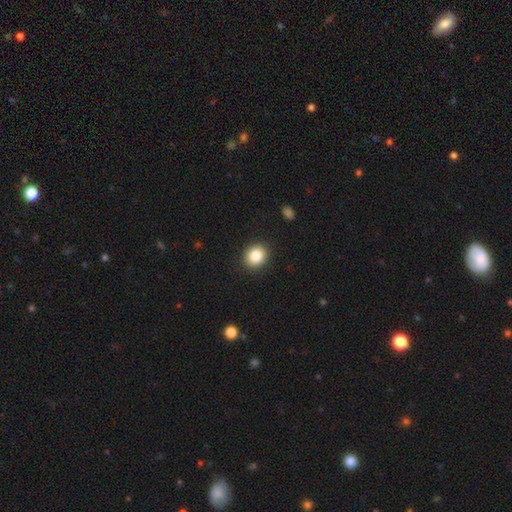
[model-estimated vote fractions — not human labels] This is clearly a smooth galaxy (86%). How rounded: likely round (70%). Merging: clearly none (90%).